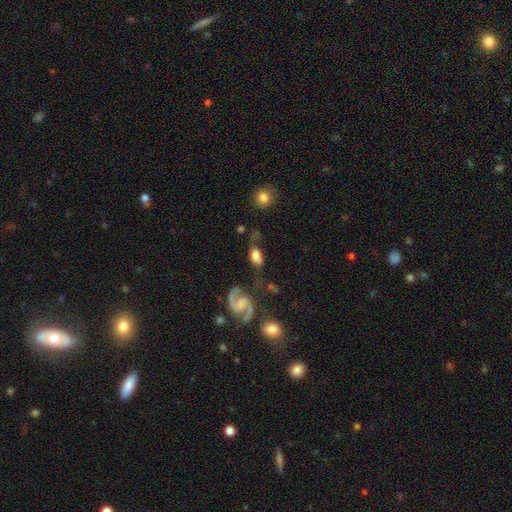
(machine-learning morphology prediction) Q: Smooth or featured?
A: smooth (49%); runner-up: featured or disk (41%)
Q: Merging?
A: none (48%); runner-up: minor disturbance (21%)